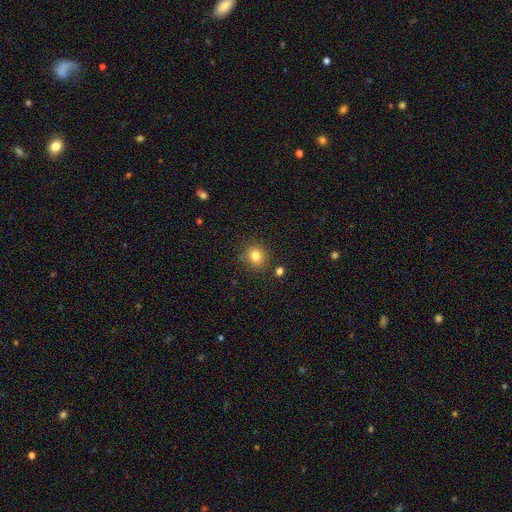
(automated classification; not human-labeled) Overall: smooth (81%). How rounded: round (87%). Merging: none (84%).